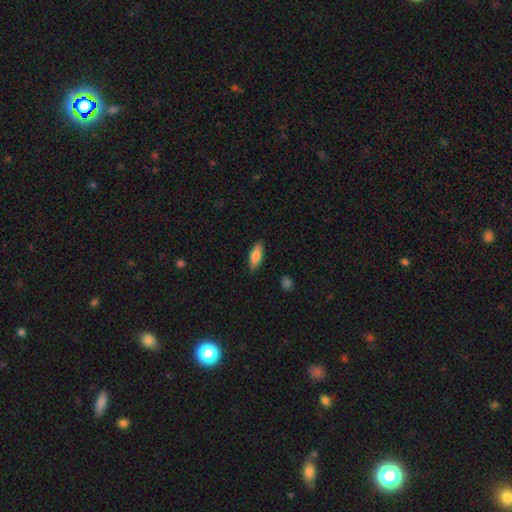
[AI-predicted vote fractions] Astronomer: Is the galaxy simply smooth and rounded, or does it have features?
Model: smooth — 80%.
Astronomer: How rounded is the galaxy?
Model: in between — 69%.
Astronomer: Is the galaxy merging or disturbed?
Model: none — 86%.